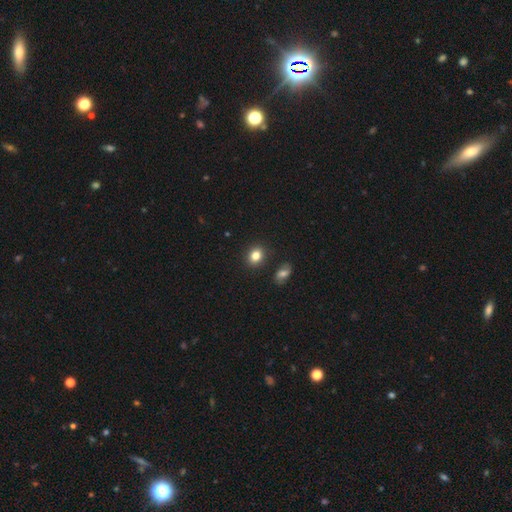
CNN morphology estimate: Smooth or featured? Predicted: smooth (p=0.82). How rounded? Predicted: round (p=0.60). Merging? Predicted: none (p=0.86).